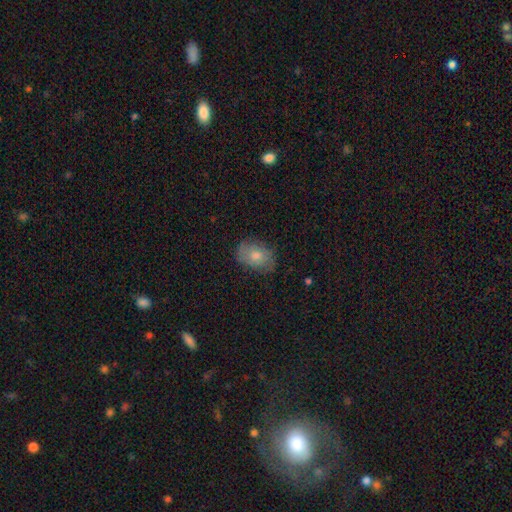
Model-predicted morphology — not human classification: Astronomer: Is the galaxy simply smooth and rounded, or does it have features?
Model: smooth — 62%.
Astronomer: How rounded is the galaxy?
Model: in between — 76%.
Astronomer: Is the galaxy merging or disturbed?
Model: none — 75%.